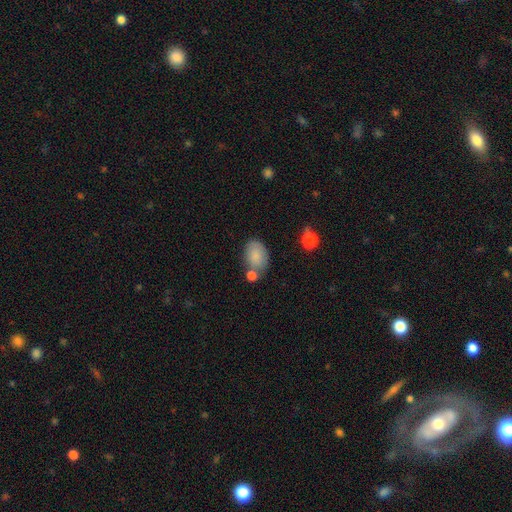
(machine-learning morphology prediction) The model was most divided on "merging": none: 57%, minor disturbance: 19%, merger: 18%, major disturbance: 6%. More confident: smooth or featured — smooth (84%); how rounded — in between (83%).